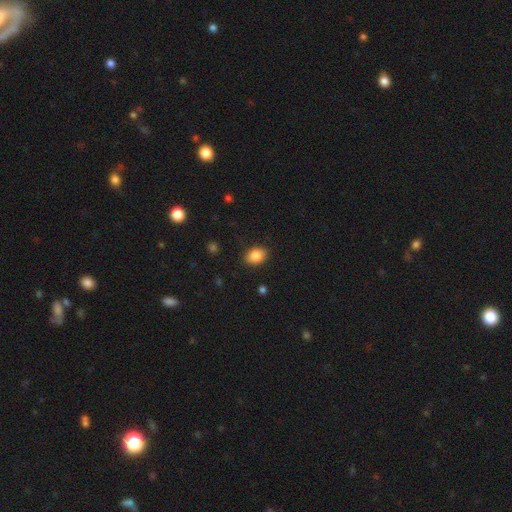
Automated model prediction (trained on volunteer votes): This is clearly a smooth galaxy (85%). How rounded: likely in between (70%). Merging: clearly none (88%).